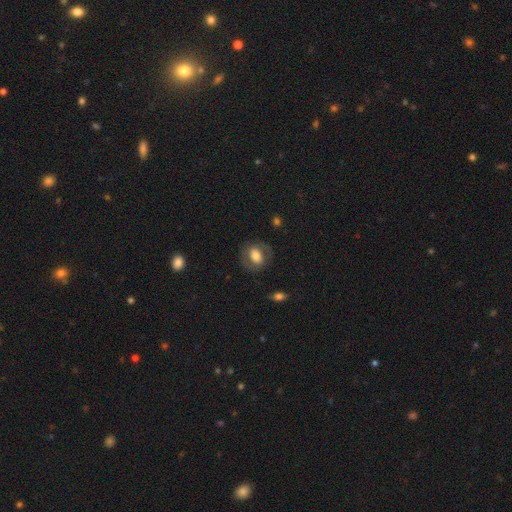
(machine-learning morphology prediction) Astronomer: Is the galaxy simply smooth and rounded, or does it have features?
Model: smooth — 55% (runner-up: featured or disk, 37%).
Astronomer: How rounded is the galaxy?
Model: in between — 53% (runner-up: round, 45%).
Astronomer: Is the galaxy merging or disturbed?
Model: none — 77%.